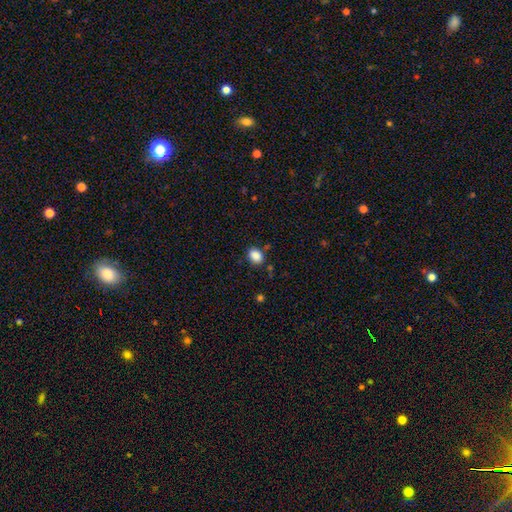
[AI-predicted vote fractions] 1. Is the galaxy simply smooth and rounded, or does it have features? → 86% smooth, 9% star or artifact, 4% featured or disk.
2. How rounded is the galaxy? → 57% in between, 42% round, 1% cigar-shaped.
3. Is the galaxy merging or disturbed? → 81% none, 12% minor disturbance, 4% merger, 3% major disturbance.